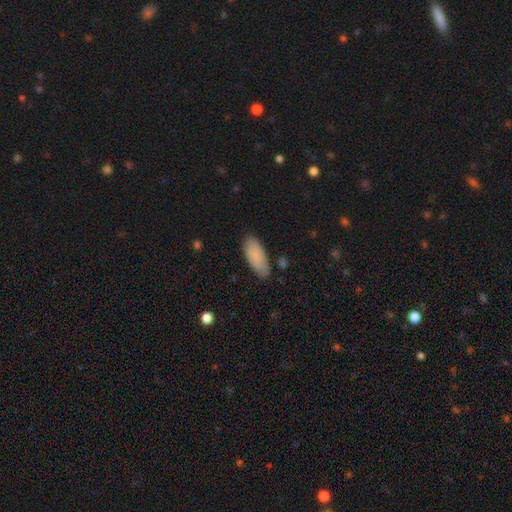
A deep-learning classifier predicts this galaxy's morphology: The model was most divided on "how rounded": in between: 81%, cigar-shaped: 18%, round: 2%. More confident: smooth or featured — smooth (87%); merging — none (81%).